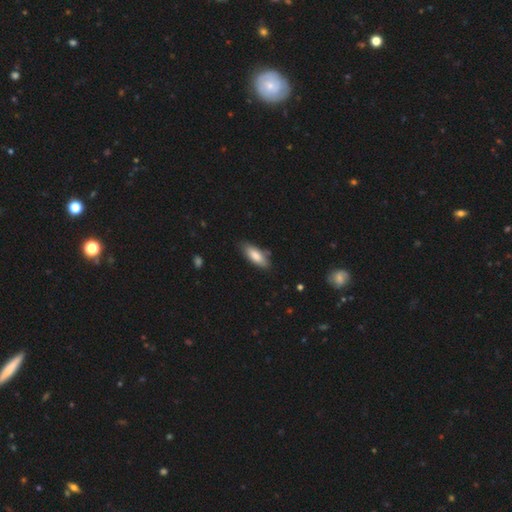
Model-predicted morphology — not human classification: Smooth or featured?
  - smooth: 82% *
  - featured or disk: 12%
  - star or artifact: 6%
How rounded?
  - in between: 71% *
  - cigar-shaped: 27%
  - round: 2%
Merging?
  - none: 77% *
  - minor disturbance: 18%
  - major disturbance: 3%
  - merger: 2%